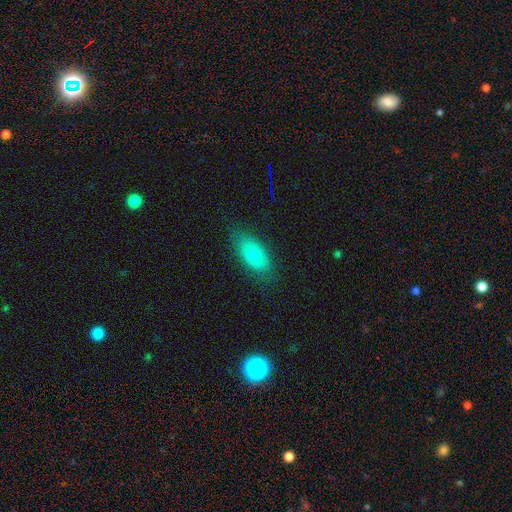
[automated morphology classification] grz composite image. It shows a smooth galaxy with no disk features (77%) that is in between round and cigar-shaped (84%). Merging: none (79%).